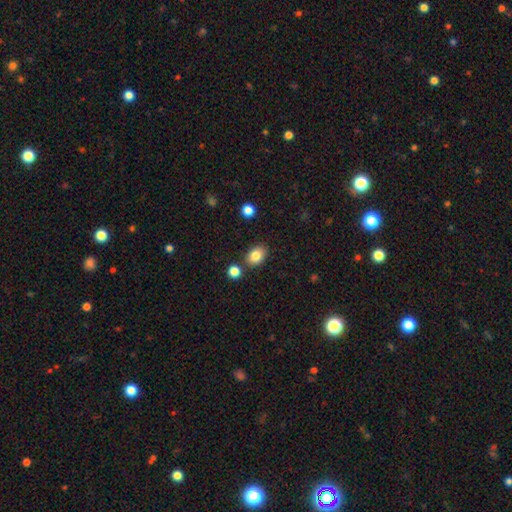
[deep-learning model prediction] Smooth or featured? Predicted: smooth (p=0.84). How rounded? Predicted: in between (p=0.76). Merging? Predicted: none (p=0.81).